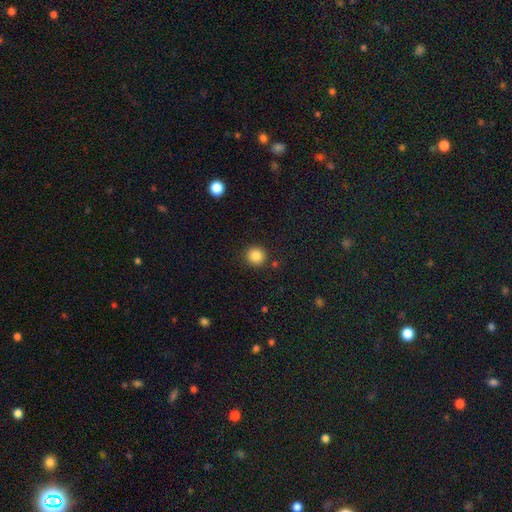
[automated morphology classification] smooth_or_featured: smooth (p=0.86) [alt: star or artifact p=0.10]
how_rounded: round (p=0.93) [alt: in between p=0.06]
merging: none (p=0.89) [alt: minor disturbance p=0.06]